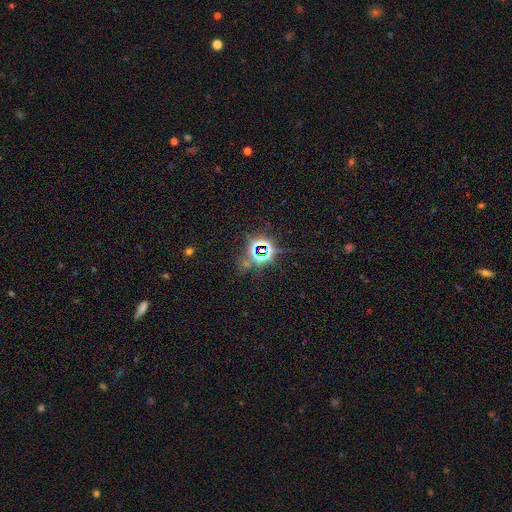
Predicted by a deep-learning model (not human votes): The model was most divided on "smooth or featured": star or artifact: 81%, smooth: 11%, featured or disk: 8%.